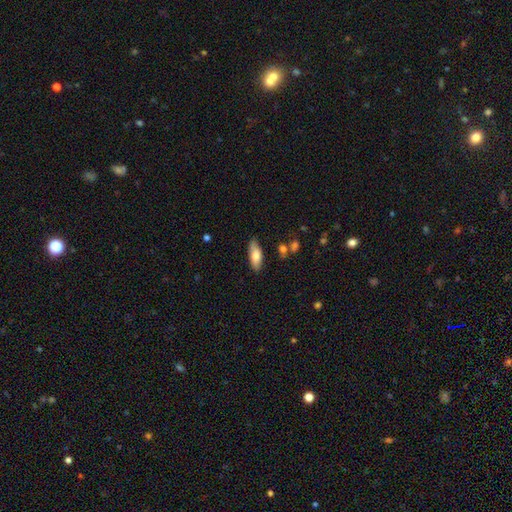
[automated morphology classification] type=smooth (75%); roundness=in between (68%); merging=none (80%).